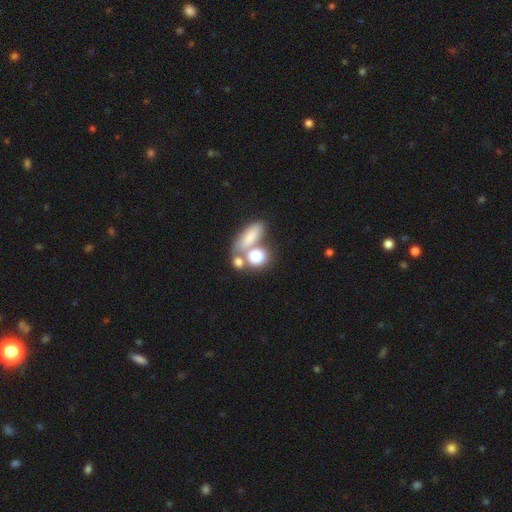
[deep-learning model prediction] smooth-or-featured: smooth: 76% | featured or disk: 14% | star or artifact: 10%
  how-rounded: in between: 53% | round: 40% | cigar-shaped: 7%
  merging: merger: 48% | none: 34% | minor disturbance: 10% | major disturbance: 7%